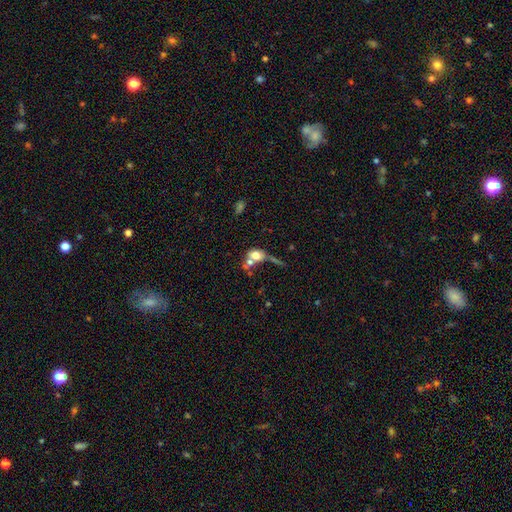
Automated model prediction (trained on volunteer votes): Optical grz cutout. It shows a smooth galaxy with no disk features (67%) that is in between round and cigar-shaped (56%). Merging: merger (46%).